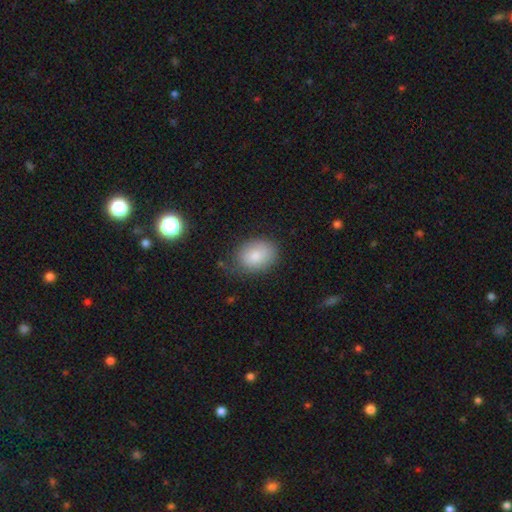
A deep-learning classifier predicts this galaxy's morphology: A smooth galaxy with no disk features (80%) that is in between round and cigar-shaped (64%). Merging: none (70%).